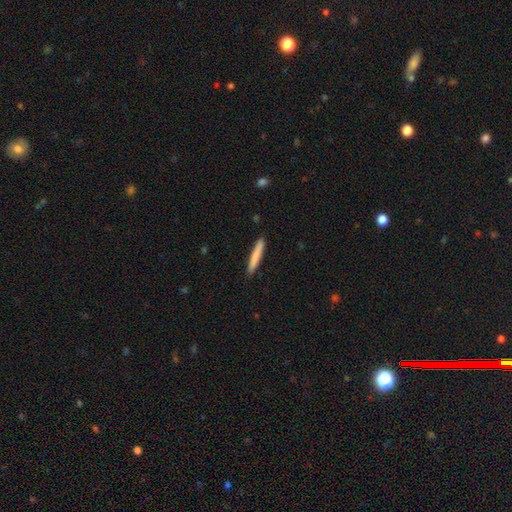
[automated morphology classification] This is likely a smooth galaxy (79%). How rounded: clearly cigar-shaped (95%). Merging: clearly none (91%).